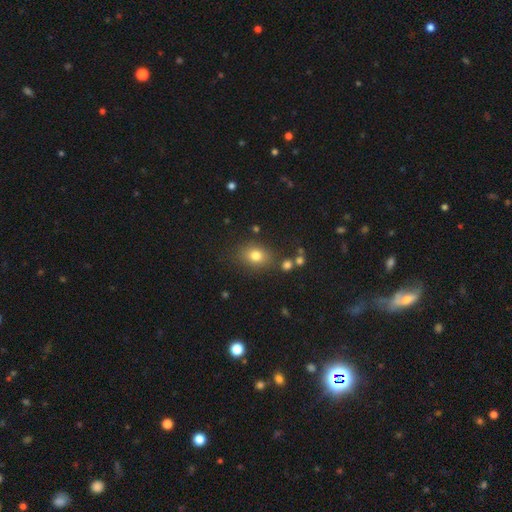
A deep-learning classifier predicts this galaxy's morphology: Smooth or featured? smooth (77%)
How rounded? in between (57%)
Merging? none (79%)